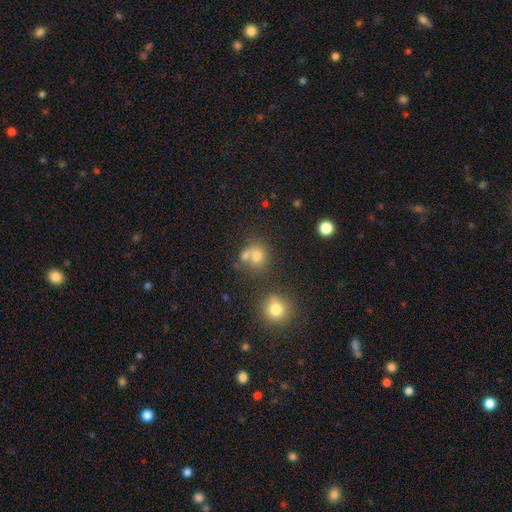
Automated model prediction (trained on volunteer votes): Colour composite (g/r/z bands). It shows a smooth galaxy with no disk features (69%) that is round (73%). Merging: none (45%).